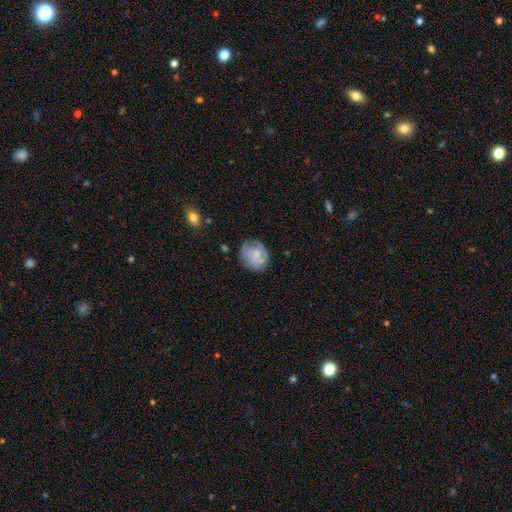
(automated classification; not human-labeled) This appears to be a featured or disk galaxy (53%) with no bar (71%), spiral arms (74%) and a small central bulge (46%). Merging: none (68%).